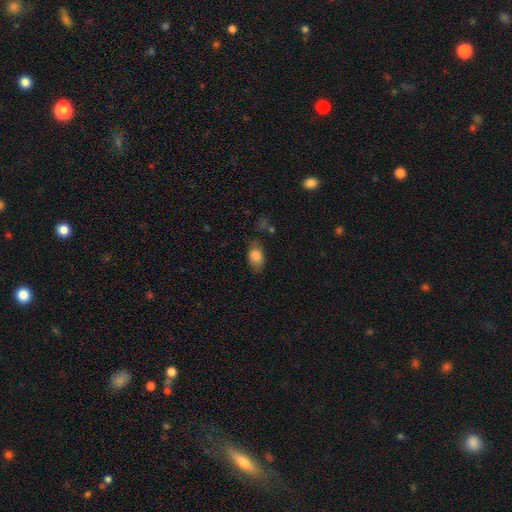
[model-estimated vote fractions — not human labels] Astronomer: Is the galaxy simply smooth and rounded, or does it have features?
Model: smooth — 81%.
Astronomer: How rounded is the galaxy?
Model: in between — 87%.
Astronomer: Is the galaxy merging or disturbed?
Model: none — 67%.